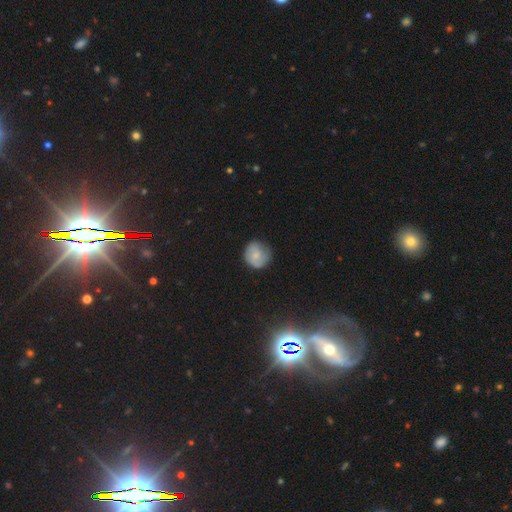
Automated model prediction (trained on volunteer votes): A smooth galaxy with no disk features (61%) that is round (87%).

Vote fractions:
- Smooth or featured? smooth: 61% / featured or disk: 31% / star or artifact: 8%
- How rounded? round: 87% / in between: 12% / cigar-shaped: 1%
- Merging? none: 71% / minor disturbance: 22% / major disturbance: 6% / merger: 1%